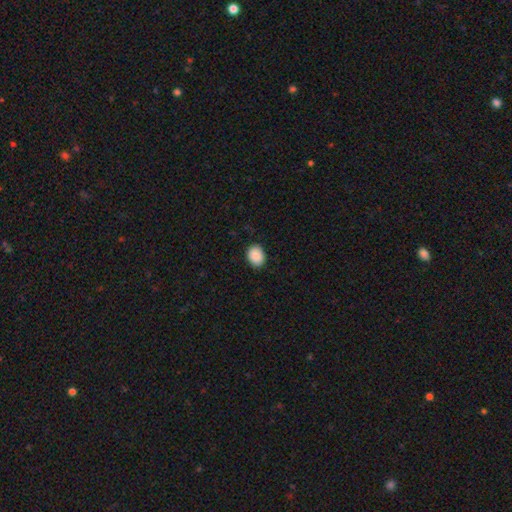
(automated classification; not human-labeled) A smooth galaxy with no disk features (89%) that is in between round and cigar-shaped (59%).

Vote fractions:
- Smooth or featured? smooth: 89% / star or artifact: 7% / featured or disk: 3%
- How rounded? in between: 59% / round: 40% / cigar-shaped: 1%
- Merging? none: 89% / minor disturbance: 8% / major disturbance: 2% / merger: 1%